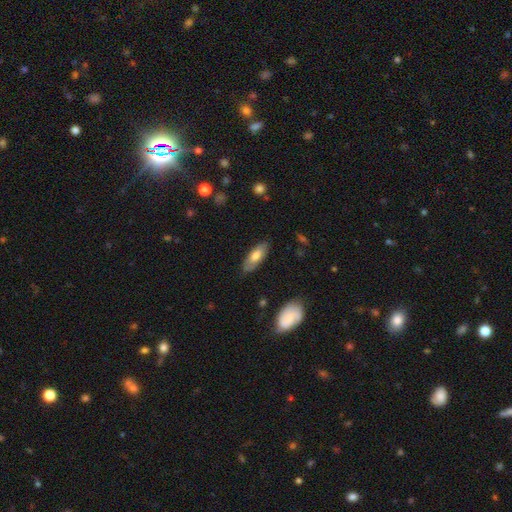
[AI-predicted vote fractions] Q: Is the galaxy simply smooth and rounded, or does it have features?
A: smooth — 65%.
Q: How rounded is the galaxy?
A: in between — 75%.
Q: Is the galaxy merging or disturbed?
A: none — 80%.